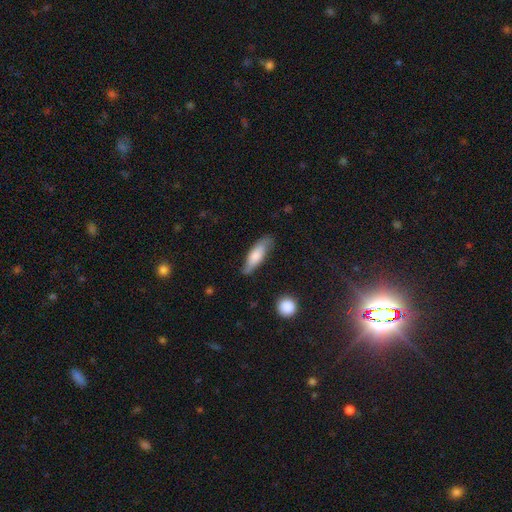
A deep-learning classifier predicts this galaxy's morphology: Q: Smooth or featured?
A: smooth (68%); runner-up: featured or disk (26%)
Q: How rounded?
A: cigar-shaped (51%); runner-up: in between (47%)
Q: Merging?
A: none (72%); runner-up: minor disturbance (21%)